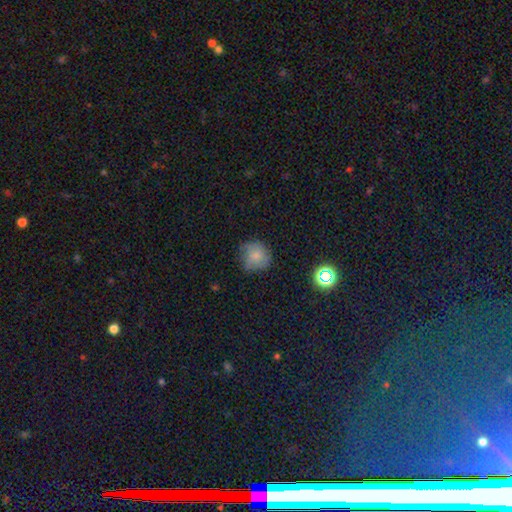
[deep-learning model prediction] Morphology: type=smooth (67%); roundness=round (85%); merging=none (64%).